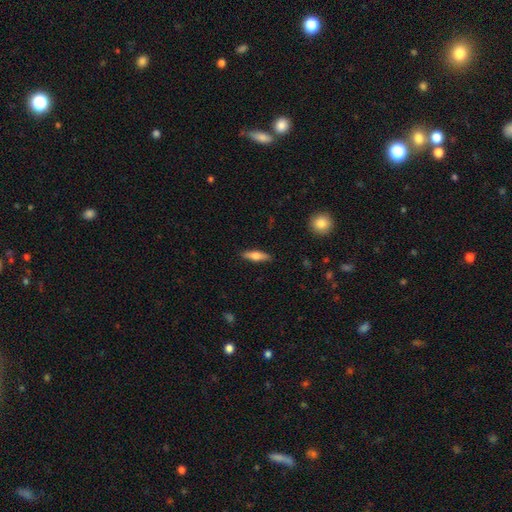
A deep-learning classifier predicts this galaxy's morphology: A smooth galaxy with no disk features (60%) that is cigar-shaped (64%).

Vote fractions:
- Smooth or featured? smooth: 60% / featured or disk: 34% / star or artifact: 6%
- How rounded? cigar-shaped: 64% / in between: 33% / round: 2%
- Merging? none: 89% / minor disturbance: 8% / major disturbance: 2% / merger: 1%